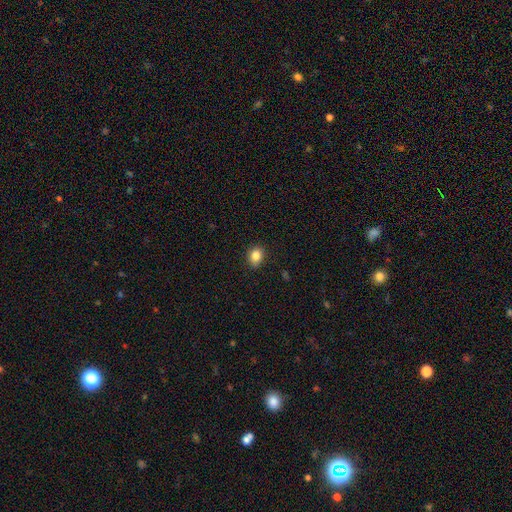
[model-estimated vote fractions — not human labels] Smooth or featured: smooth — 85% (star or artifact — 10%)
How rounded: round — 54% (in between — 45%)
Merging: none — 88% (minor disturbance — 9%)